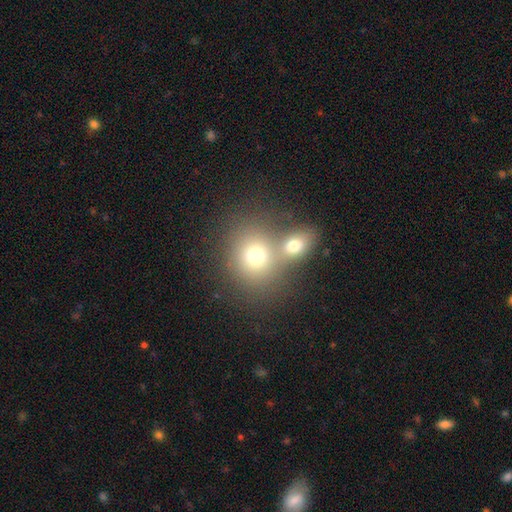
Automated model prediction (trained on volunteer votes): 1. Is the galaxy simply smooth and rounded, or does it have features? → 72% smooth, 15% featured or disk, 14% star or artifact.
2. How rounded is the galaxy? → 73% round, 26% in between, 1% cigar-shaped.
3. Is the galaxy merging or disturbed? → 50% merger, 39% none, 7% minor disturbance, 4% major disturbance.